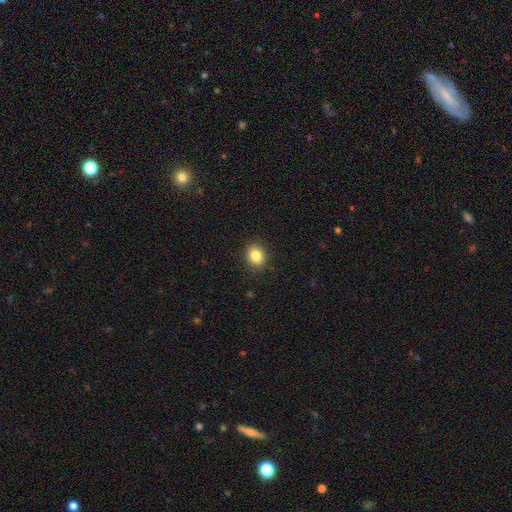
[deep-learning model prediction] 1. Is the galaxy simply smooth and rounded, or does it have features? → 85% smooth, 10% star or artifact, 6% featured or disk.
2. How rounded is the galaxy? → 51% round, 48% in between, 1% cigar-shaped.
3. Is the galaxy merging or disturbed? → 89% none, 8% minor disturbance, 2% major disturbance, 1% merger.